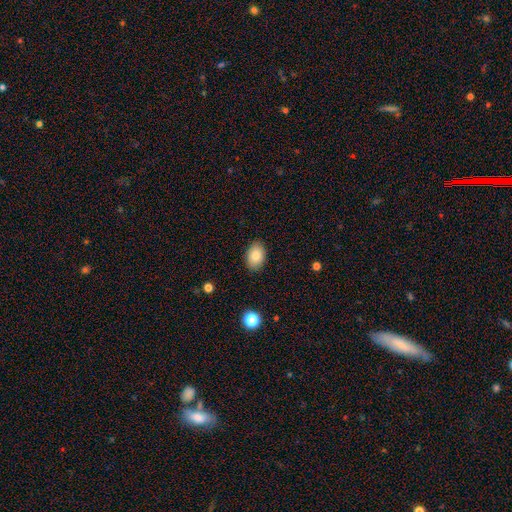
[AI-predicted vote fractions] Smooth or featured? smooth (83%)
How rounded? in between (86%)
Merging? none (87%)